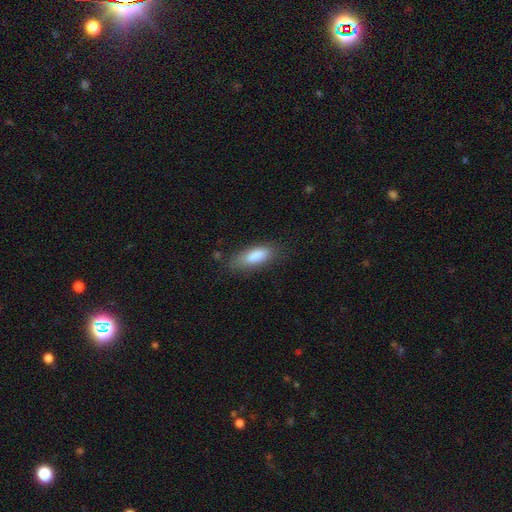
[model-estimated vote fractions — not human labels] Morphology: type=smooth (84%); roundness=in between (72%); merging=none (74%).